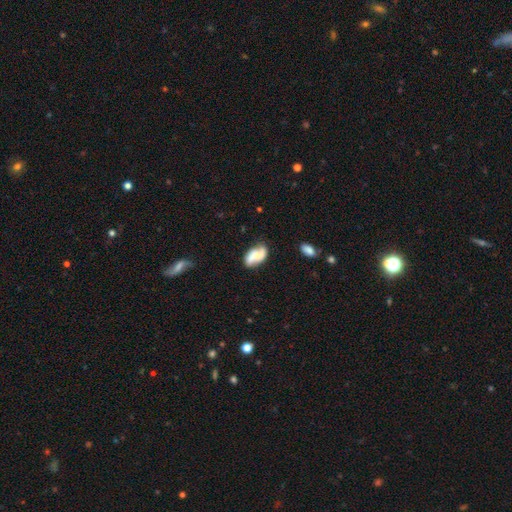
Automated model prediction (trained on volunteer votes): featured or disk 58%, smooth 34%, star or artifact 8%. Down the decision tree: edge-on disk — no (96%); bar — no (57%); spiral arms — yes (90%); spiral arm count — 2 (88%); spiral winding — loose (56%); bulge size — small (34%); merging — none (66%).